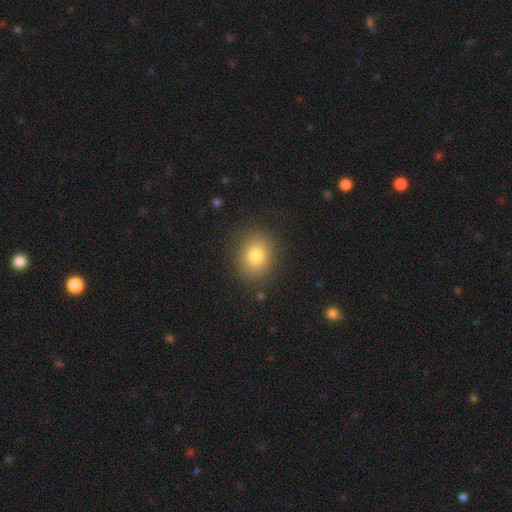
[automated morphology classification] smooth 79%, star or artifact 11%, featured or disk 10%. Down the decision tree: how rounded — round (58%); merging — none (86%).